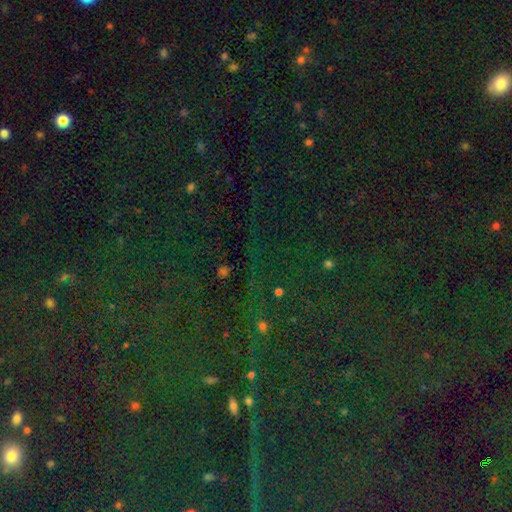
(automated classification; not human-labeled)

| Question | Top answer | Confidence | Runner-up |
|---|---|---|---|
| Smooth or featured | star or artifact | 80% | smooth (13%) |